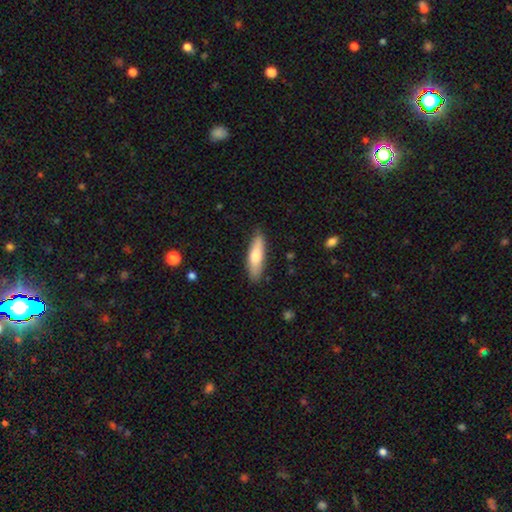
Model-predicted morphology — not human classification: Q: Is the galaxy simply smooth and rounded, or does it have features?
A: smooth — 70%.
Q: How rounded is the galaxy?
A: cigar-shaped — 62%.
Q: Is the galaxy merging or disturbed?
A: none — 86%.